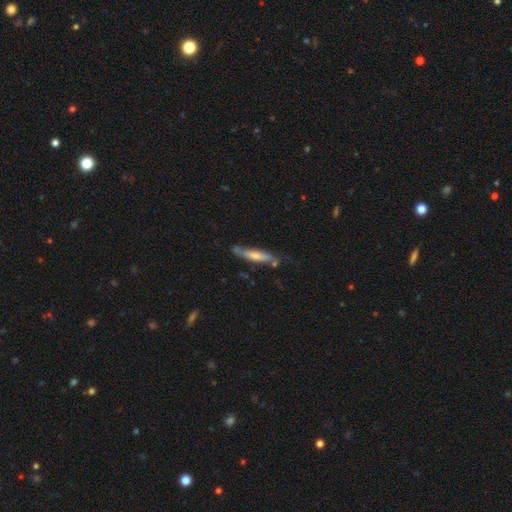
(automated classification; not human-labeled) Smooth or featured: smooth — 57% (featured or disk — 37%)
How rounded: cigar-shaped — 79% (in between — 20%)
Merging: none — 61% (minor disturbance — 24%)